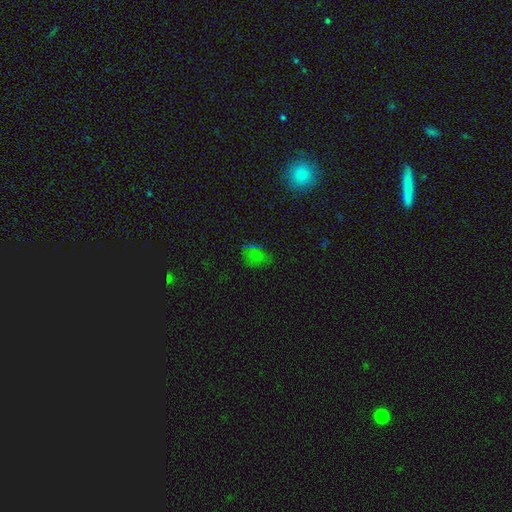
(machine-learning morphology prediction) Smooth or featured? Predicted: smooth (p=0.52). How rounded? Predicted: in between (p=0.59). Merging? Predicted: none (p=0.66).